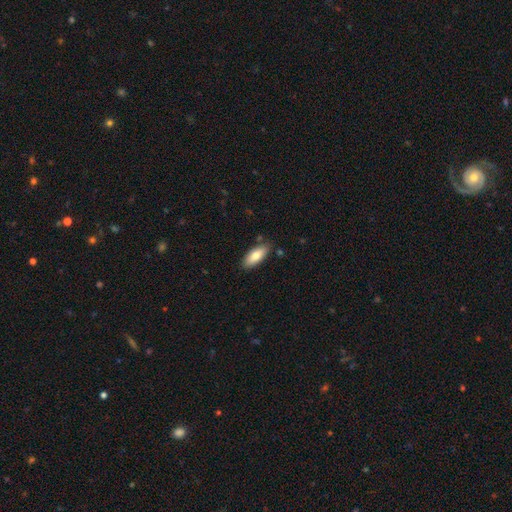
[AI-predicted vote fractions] A smooth galaxy with no disk features (77%) that is in between round and cigar-shaped (81%).

Vote fractions:
- Smooth or featured? smooth: 77% / featured or disk: 17% / star or artifact: 6%
- How rounded? in between: 81% / cigar-shaped: 17% / round: 2%
- Merging? none: 84% / minor disturbance: 11% / merger: 2% / major disturbance: 2%